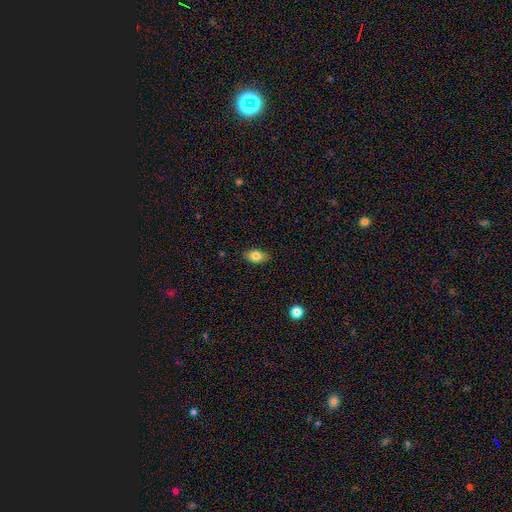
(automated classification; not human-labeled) This appears to be a smooth galaxy with no disk features (82%) that is in between round and cigar-shaped (89%). Merging: none (86%).